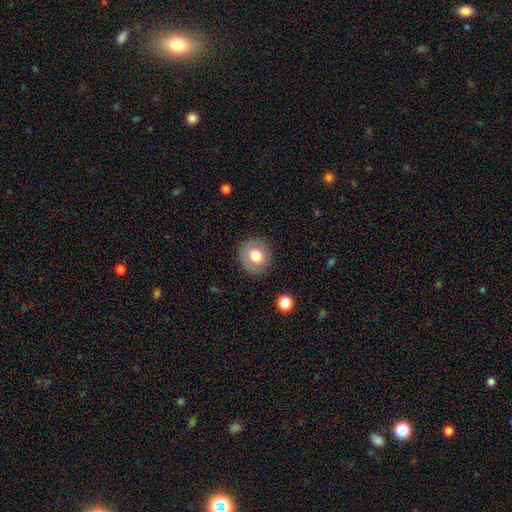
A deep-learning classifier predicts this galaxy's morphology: Smooth or featured? smooth (73%)
How rounded? round (86%)
Merging? none (87%)